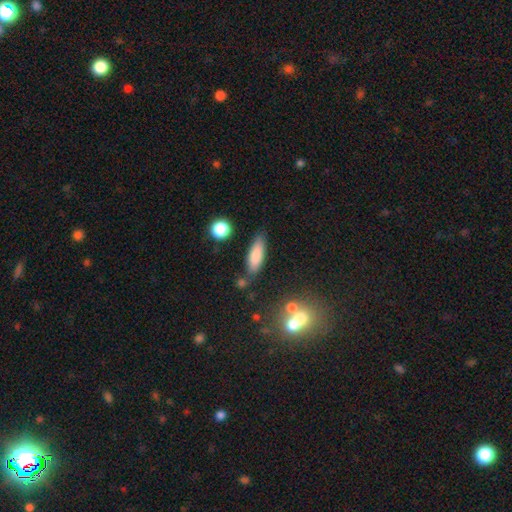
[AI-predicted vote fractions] Smooth or featured? smooth (81%)
How rounded? in between (57%)
Merging? none (75%)